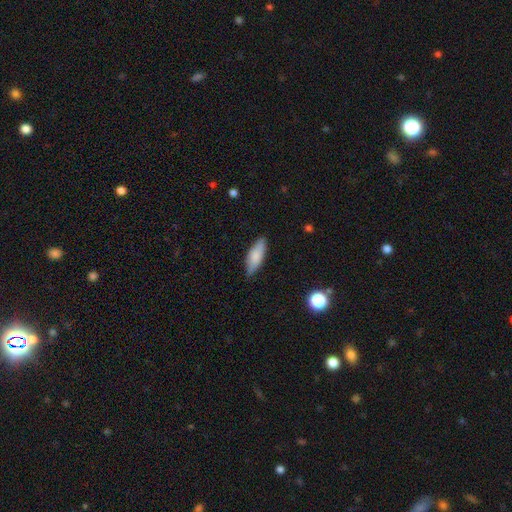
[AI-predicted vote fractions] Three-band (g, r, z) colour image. It shows a smooth galaxy with no disk features (79%) that is in between round and cigar-shaped (66%). Merging: none (80%).